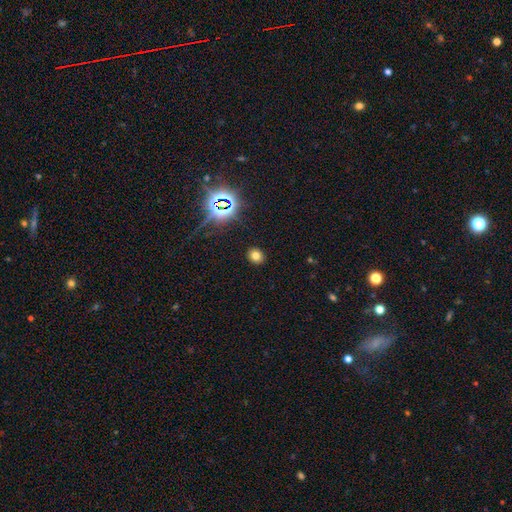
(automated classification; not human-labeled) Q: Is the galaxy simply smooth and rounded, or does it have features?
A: smooth — 71%.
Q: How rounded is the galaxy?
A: round — 69%.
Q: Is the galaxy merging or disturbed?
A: none — 90%.